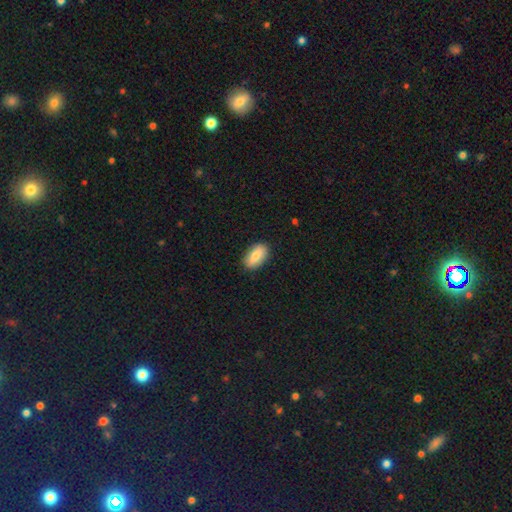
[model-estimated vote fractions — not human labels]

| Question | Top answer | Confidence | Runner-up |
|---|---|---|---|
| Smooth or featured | smooth | 75% | featured or disk (19%) |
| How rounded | in between | 91% | cigar-shaped (5%) |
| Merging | none | 86% | minor disturbance (11%) |